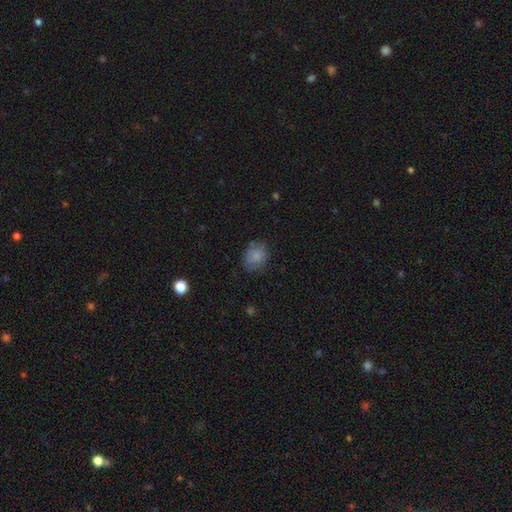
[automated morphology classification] Smooth or featured? smooth (84%)
How rounded? round (50%, tied with in between)
Merging? none (75%)